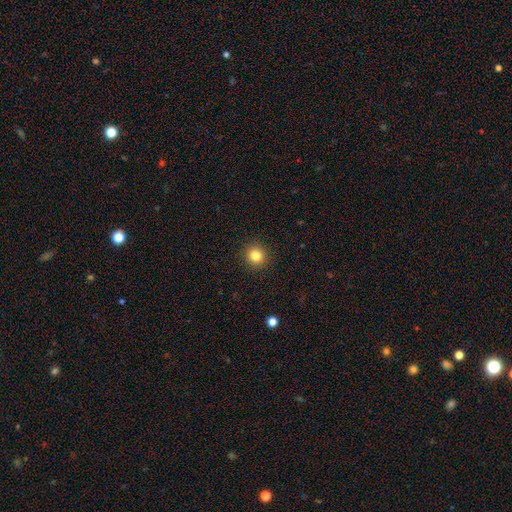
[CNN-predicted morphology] type=smooth (83%); roundness=round (93%); merging=none (92%).